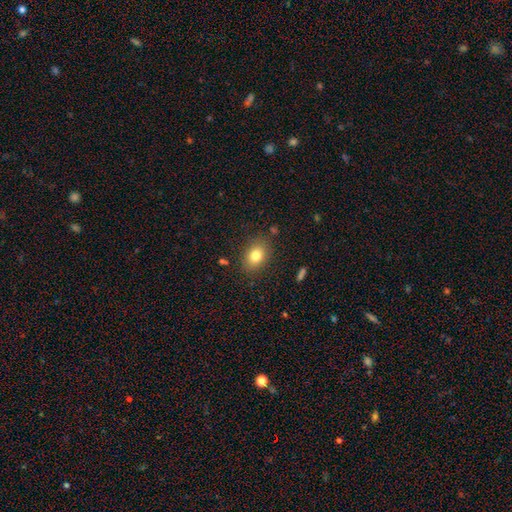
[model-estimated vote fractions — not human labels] Smooth or featured? smooth (80%)
How rounded? in between (73%)
Merging? none (84%)